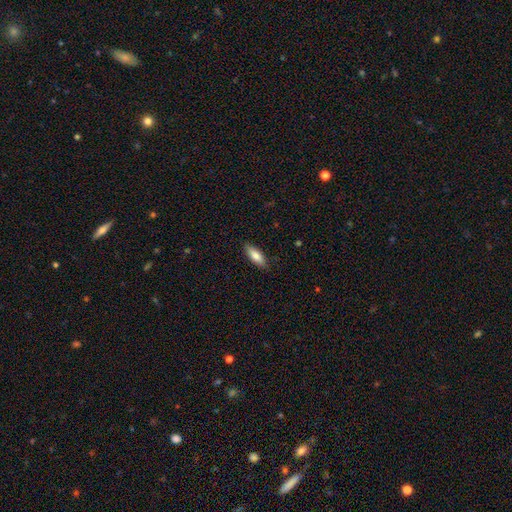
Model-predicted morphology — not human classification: Smooth or featured: smooth — 82% (featured or disk — 12%)
How rounded: in between — 65% (cigar-shaped — 33%)
Merging: none — 87% (minor disturbance — 10%)